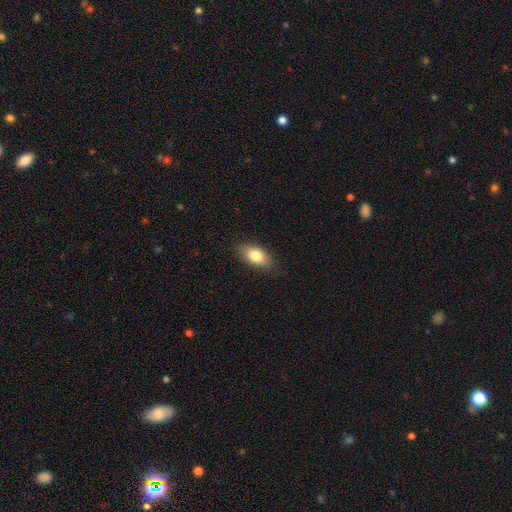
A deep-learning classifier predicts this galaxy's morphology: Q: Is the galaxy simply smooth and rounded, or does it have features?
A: smooth — 80%.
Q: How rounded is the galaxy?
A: in between — 89%.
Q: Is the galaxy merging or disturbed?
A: none — 85%.